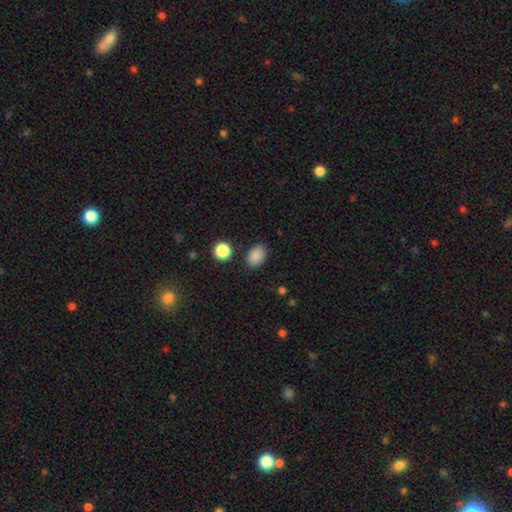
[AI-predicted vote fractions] This is clearly a smooth galaxy (86%). How rounded: likely in between (79%). Merging: clearly none (85%).